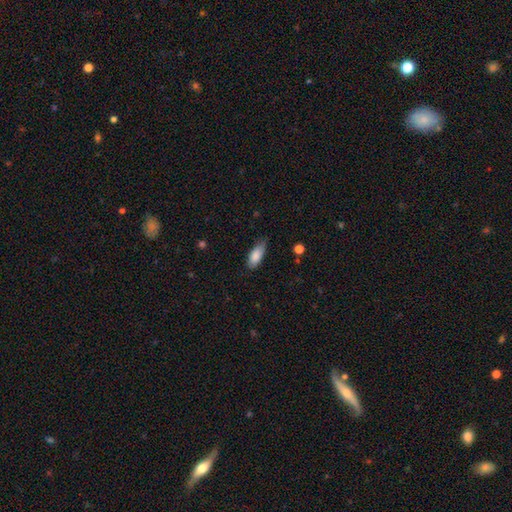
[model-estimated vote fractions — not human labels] Overall: smooth (86%). How rounded: in between (81%). Merging: none (65%; minor disturbance 29%).